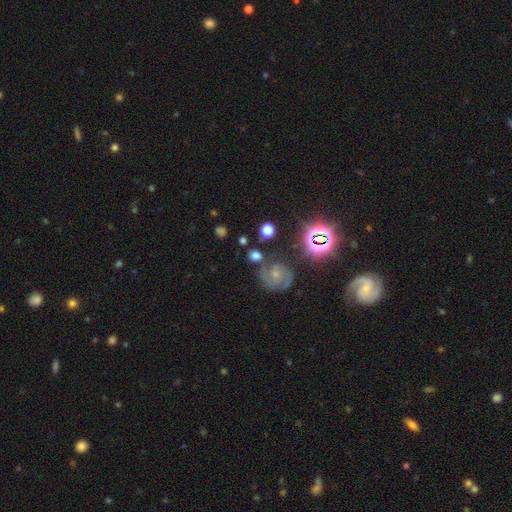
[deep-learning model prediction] smooth-or-featured: smooth: 46% | featured or disk: 31% | star or artifact: 23%
  merging: none: 67% | minor disturbance: 14% | merger: 13% | major disturbance: 7%